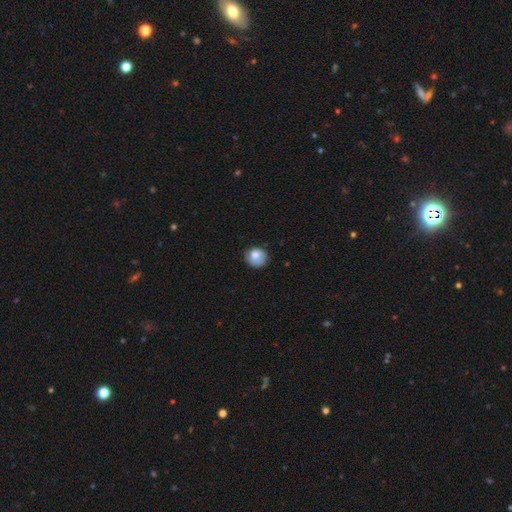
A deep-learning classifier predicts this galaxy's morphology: A smooth galaxy with no disk features (77%) that is round (79%). Merging: none (66%).